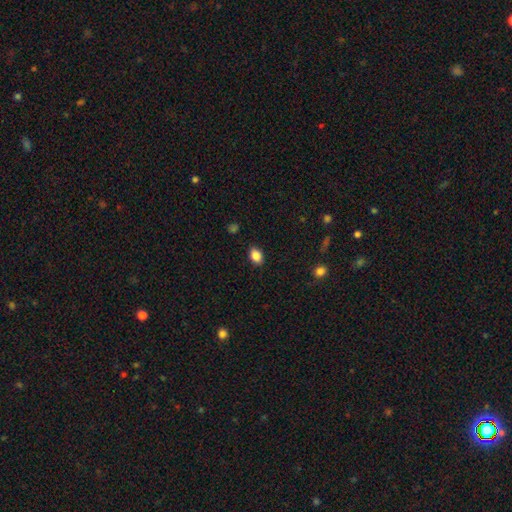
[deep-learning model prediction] This is clearly a smooth galaxy (87%). How rounded: clearly in between (82%). Merging: clearly none (86%).